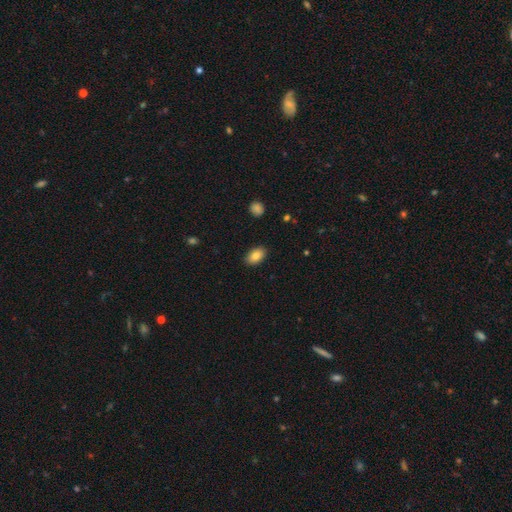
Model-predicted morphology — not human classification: smooth 84%, featured or disk 8%, star or artifact 8%. Down the decision tree: how rounded — in between (91%); merging — none (88%).